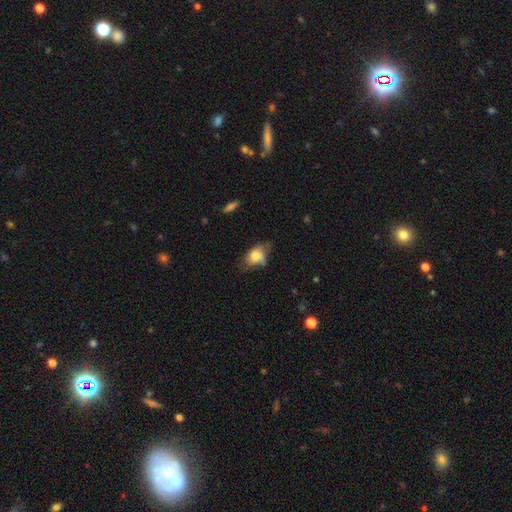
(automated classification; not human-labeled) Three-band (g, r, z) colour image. It shows a smooth galaxy with no disk features (69%) that is in between round and cigar-shaped (78%). Merging: minor disturbance (36%, tied with none).